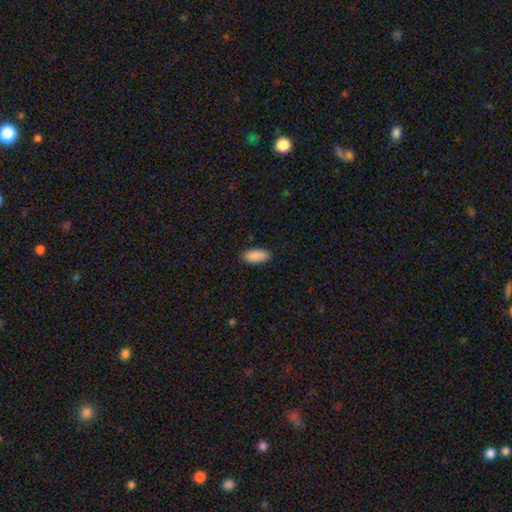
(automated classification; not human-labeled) Smooth or featured: smooth — 90% (star or artifact — 6%)
How rounded: in between — 88% (cigar-shaped — 11%)
Merging: none — 86% (minor disturbance — 11%)